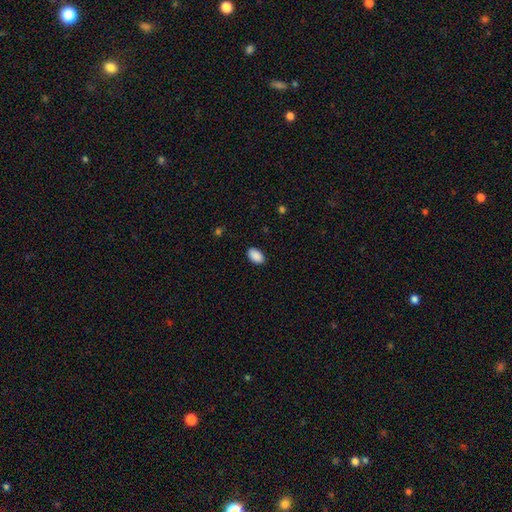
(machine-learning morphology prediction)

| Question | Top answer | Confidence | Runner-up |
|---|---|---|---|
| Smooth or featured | smooth | 90% | star or artifact (7%) |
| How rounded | in between | 93% | round (6%) |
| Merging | none | 89% | minor disturbance (8%) |